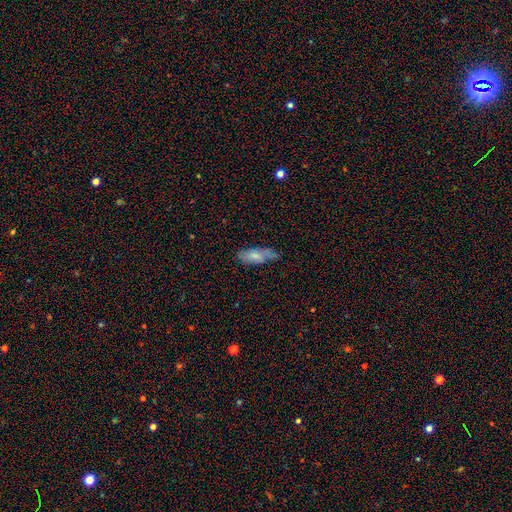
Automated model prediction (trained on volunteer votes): Q: Smooth or featured?
A: smooth (73%); runner-up: featured or disk (20%)
Q: How rounded?
A: in between (71%); runner-up: cigar-shaped (27%)
Q: Merging?
A: none (56%); runner-up: minor disturbance (33%)